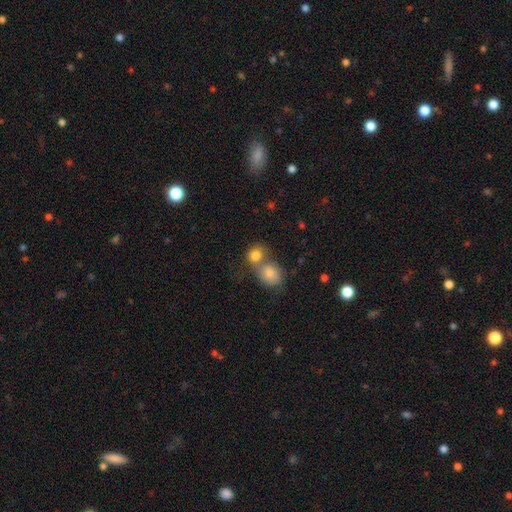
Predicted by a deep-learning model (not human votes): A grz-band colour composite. It shows a smooth galaxy with no disk features (81%) that is round (66%). Merging: merger (62%).